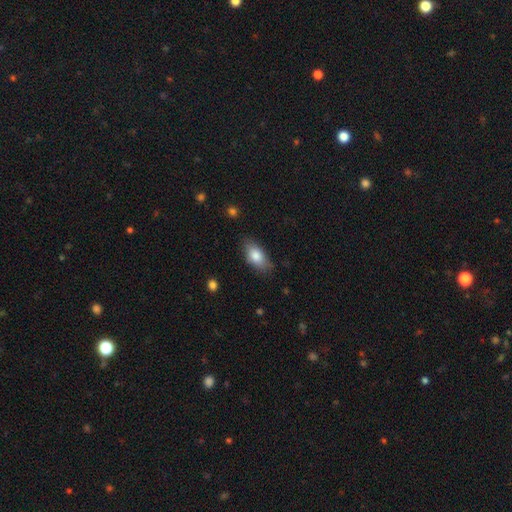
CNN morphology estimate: The model was most divided on "merging": none: 79%, minor disturbance: 17%, major disturbance: 3%, merger: 1%. More confident: how rounded — in between (89%); smooth or featured — smooth (81%).